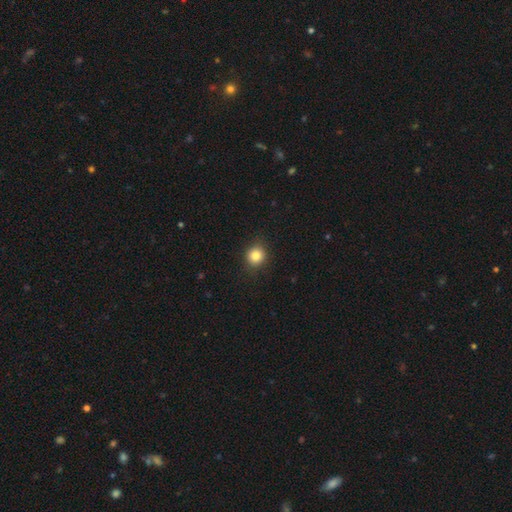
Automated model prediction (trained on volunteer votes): Smooth or featured? smooth (84%)
How rounded? round (87%)
Merging? none (88%)